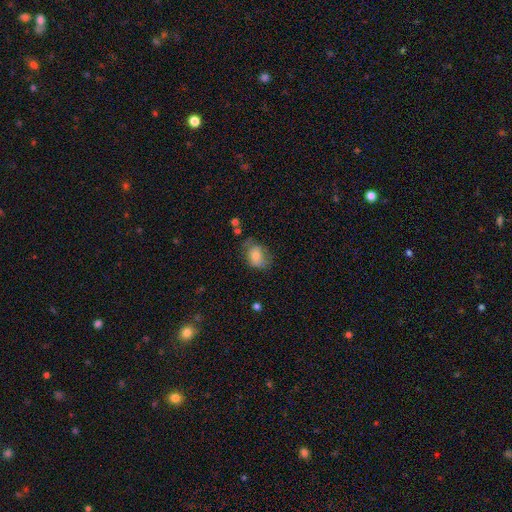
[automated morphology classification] Smooth or featured?
  - smooth: 71% *
  - featured or disk: 20%
  - star or artifact: 9%
How rounded?
  - in between: 64% *
  - round: 35%
  - cigar-shaped: 1%
Merging?
  - none: 53% *
  - minor disturbance: 30%
  - major disturbance: 14%
  - merger: 3%